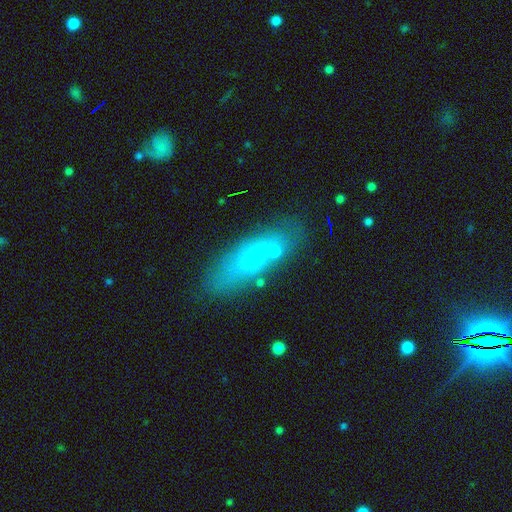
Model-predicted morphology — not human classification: This is possibly a smooth galaxy (58%). How rounded: possibly in between (54%). Merging: likely none (69%).